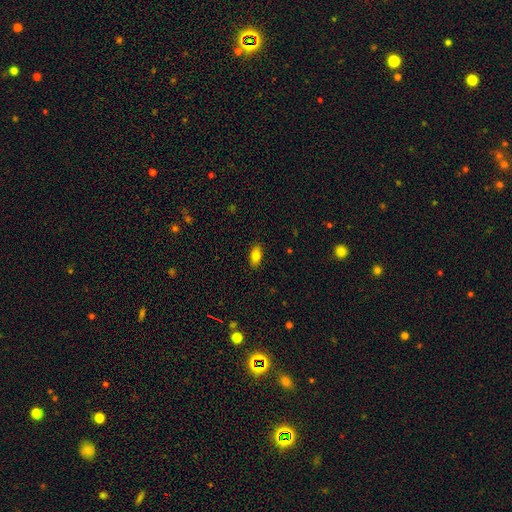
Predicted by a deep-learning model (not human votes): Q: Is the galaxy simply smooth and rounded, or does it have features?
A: smooth — 82%.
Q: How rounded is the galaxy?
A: in between — 90%.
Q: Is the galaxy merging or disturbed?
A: none — 88%.